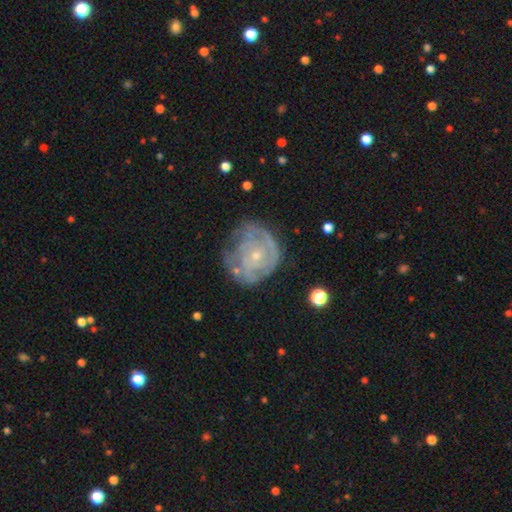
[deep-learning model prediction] Smooth or featured?
  - featured or disk: 76% *
  - smooth: 17%
  - star or artifact: 7%
Edge-on disk?
  - no: 97% *
  - yes: 3%
Bar?
  - no: 79% *
  - weak: 18%
  - strong: 3%
Spiral arms?
  - yes: 79% *
  - no: 21%
Spiral winding?
  - tight: 67% *
  - medium: 25%
  - loose: 9%
Spiral arm count?
  - can't tell: 48% *
  - 2: 20%
  - 3: 15%
  - 1: 7%
  - 4: 6%
  - more than 4: 4%
Bulge size?
  - small: 74% *
  - moderate: 21%
  - none: 3%
  - large: 1%
  - dominant: 1%
Merging?
  - none: 57% *
  - minor disturbance: 26%
  - major disturbance: 14%
  - merger: 4%